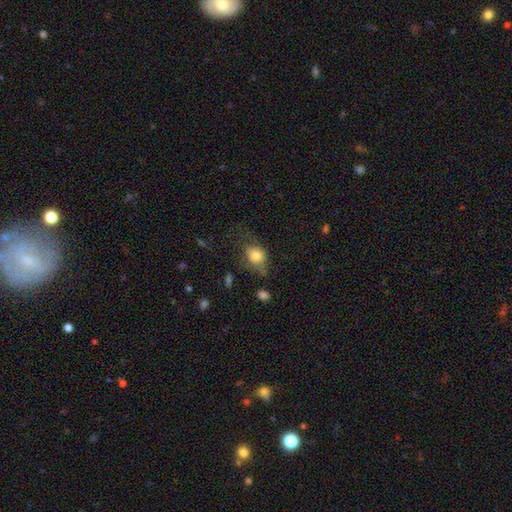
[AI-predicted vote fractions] Smooth or featured? smooth (78%)
How rounded? in between (60%)
Merging? none (41%)